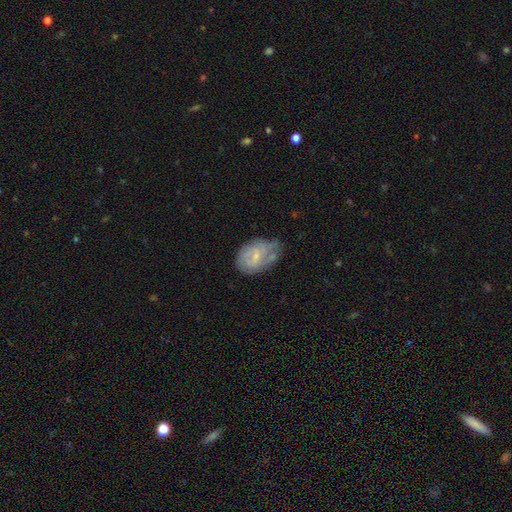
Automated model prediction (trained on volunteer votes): This is possibly a featured or disk galaxy (51%). It is clearly not viewed edge-on (96%). Merging: marginally none (42%).